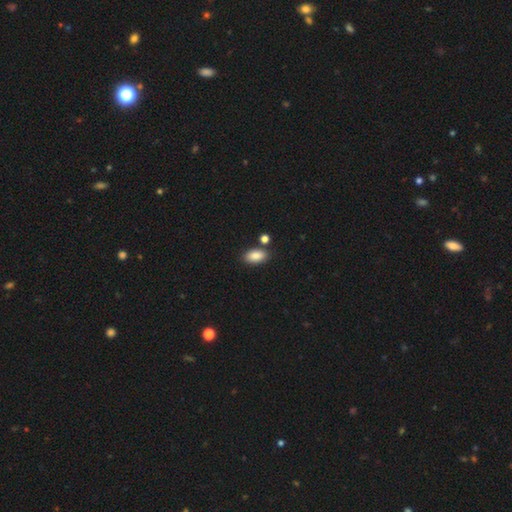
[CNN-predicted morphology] Smooth or featured? Predicted: smooth (p=0.87). How rounded? Predicted: in between (p=0.92). Merging? Predicted: none (p=0.79).